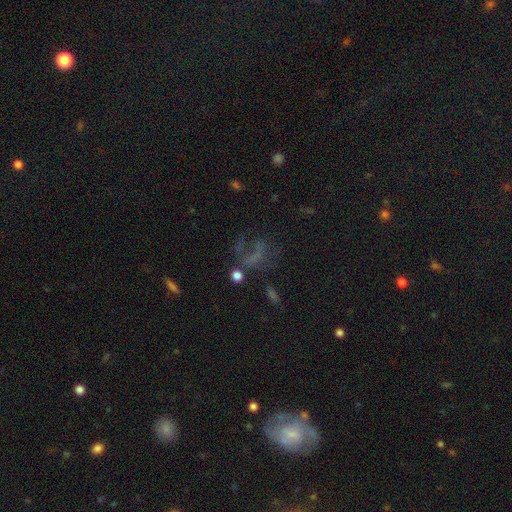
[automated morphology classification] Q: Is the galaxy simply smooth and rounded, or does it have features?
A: star or artifact — 35%.